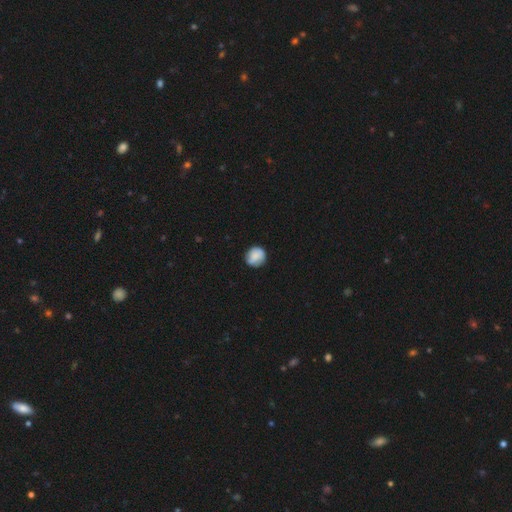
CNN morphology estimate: The model was most divided on "merging": none: 78%, minor disturbance: 17%, major disturbance: 4%, merger: 1%. More confident: how rounded — round (86%); smooth or featured — smooth (77%).